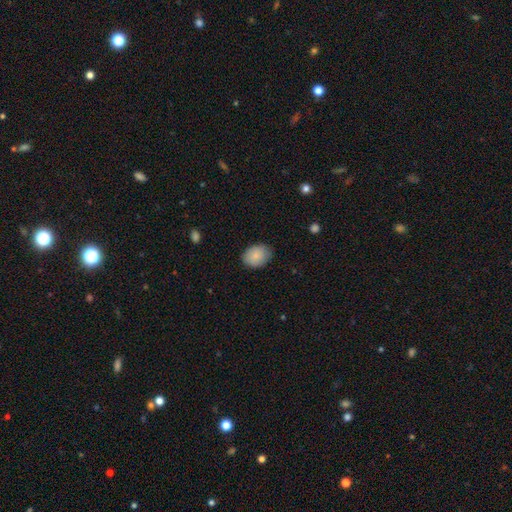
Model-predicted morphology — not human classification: A smooth galaxy with no disk features (87%) that is in between round and cigar-shaped (66%). Merging: none (79%).